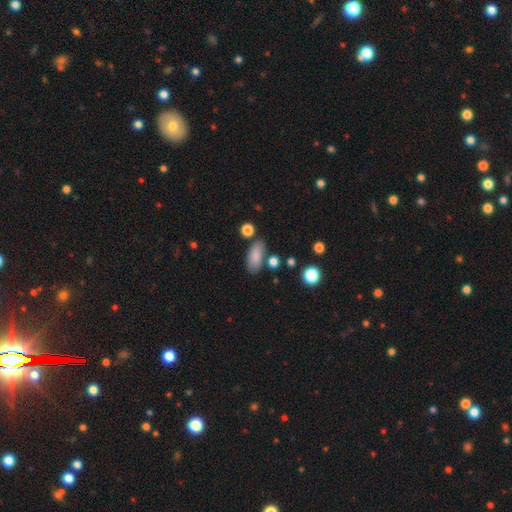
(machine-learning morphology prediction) type=smooth (84%); roundness=in between (86%); merging=none (74%).